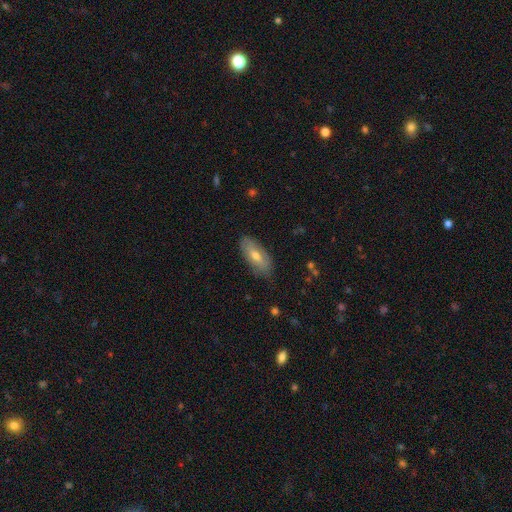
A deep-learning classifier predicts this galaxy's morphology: This appears to be a smooth galaxy with no disk features (60%) that is in between round and cigar-shaped (81%). Merging: none (80%).